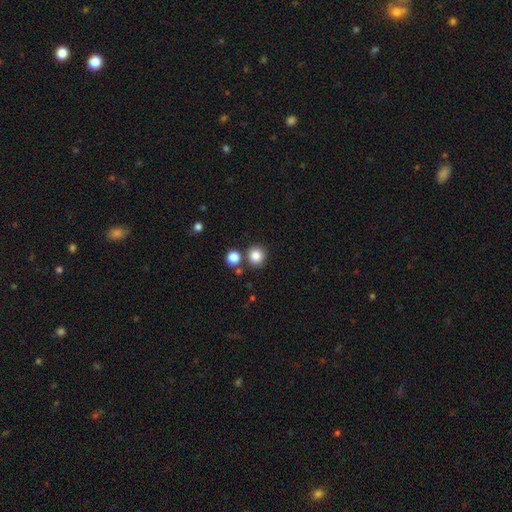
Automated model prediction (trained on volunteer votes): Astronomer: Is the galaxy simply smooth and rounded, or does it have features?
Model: smooth — 84%.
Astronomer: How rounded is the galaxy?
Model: round — 91%.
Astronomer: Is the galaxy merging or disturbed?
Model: none — 79%.